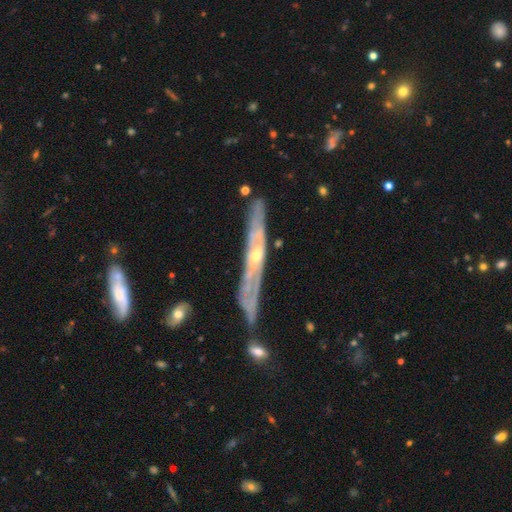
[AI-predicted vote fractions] smooth-or-featured: featured or disk: 81% | smooth: 14% | star or artifact: 5%
  disk-edge-on: yes: 61% | no: 39%
  merging: none: 67% | minor disturbance: 19% | major disturbance: 8% | merger: 5%